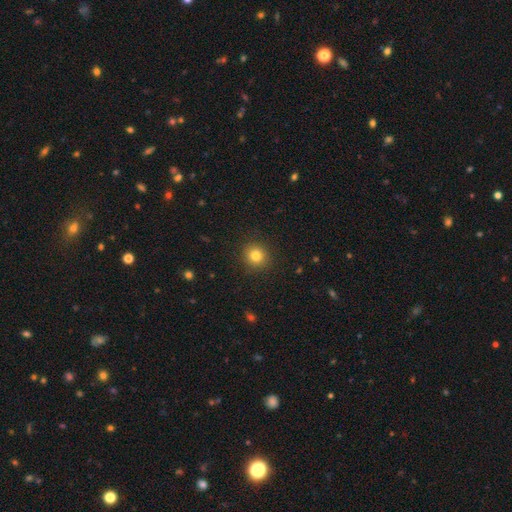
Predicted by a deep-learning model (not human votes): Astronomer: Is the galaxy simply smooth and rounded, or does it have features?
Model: smooth — 82%.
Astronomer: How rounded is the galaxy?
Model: round — 90%.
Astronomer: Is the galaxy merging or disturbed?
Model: none — 91%.